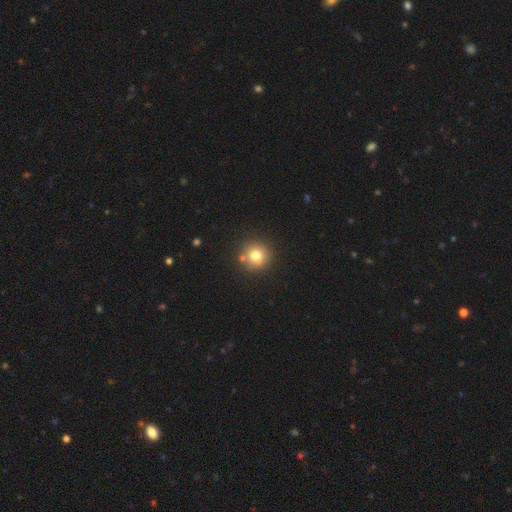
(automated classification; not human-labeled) This appears to be a smooth galaxy with no disk features (72%) that is round (92%). Merging: none (71%).